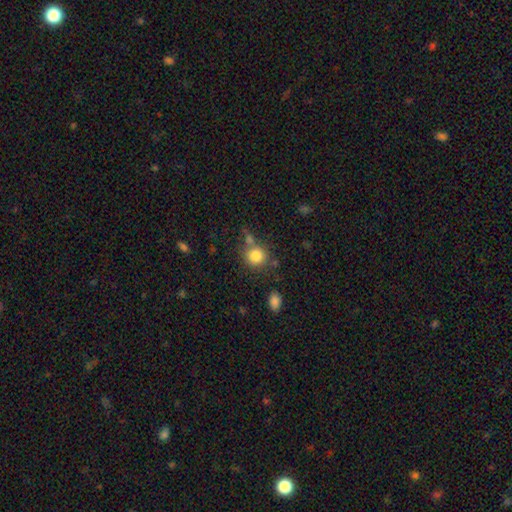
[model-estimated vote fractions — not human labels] smooth_or_featured: smooth (p=0.83) [alt: star or artifact p=0.10]
how_rounded: round (p=0.87) [alt: in between p=0.12]
merging: none (p=0.67) [alt: merger p=0.16]